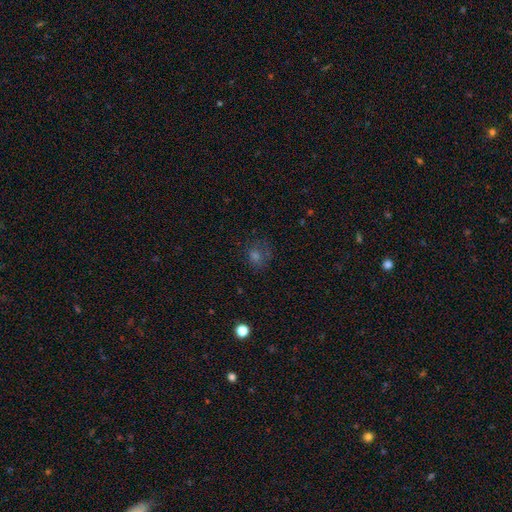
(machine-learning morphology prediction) Smooth or featured: smooth — 57% (star or artifact — 27%)
How rounded: round — 77% (in between — 22%)
Merging: none — 65% (minor disturbance — 19%)